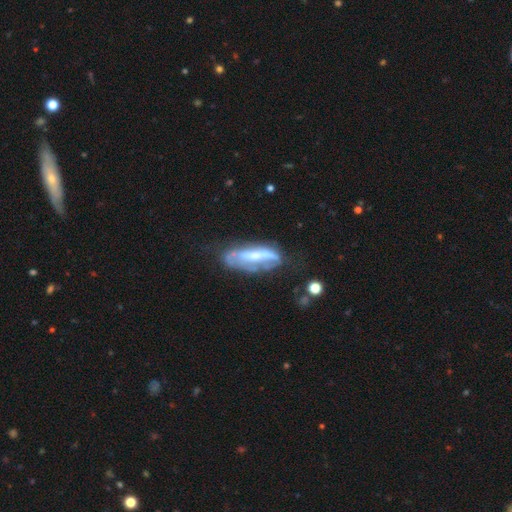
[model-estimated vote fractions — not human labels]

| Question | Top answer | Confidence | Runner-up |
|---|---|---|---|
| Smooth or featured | featured or disk | 62% | smooth (30%) |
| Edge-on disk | no | 72% | yes (28%) |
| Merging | none | 48% | minor disturbance (27%) |